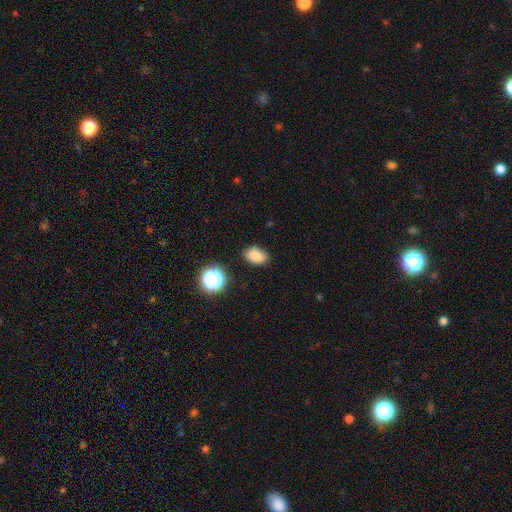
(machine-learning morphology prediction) Overall: smooth (84%). How rounded: in between (85%). Merging: none (83%).